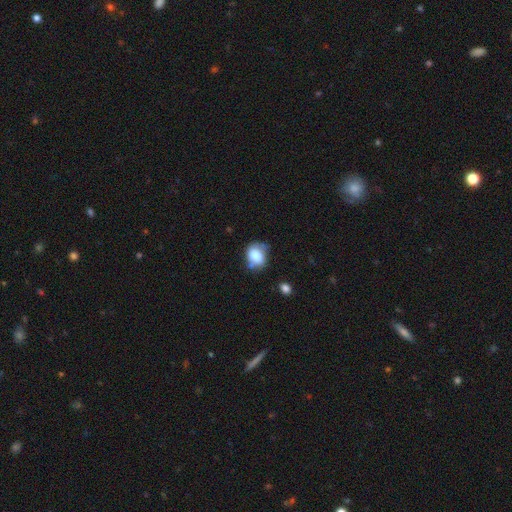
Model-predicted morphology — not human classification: smooth 75%, featured or disk 16%, star or artifact 9%. Down the decision tree: how rounded — in between (55%); merging — none (43%).